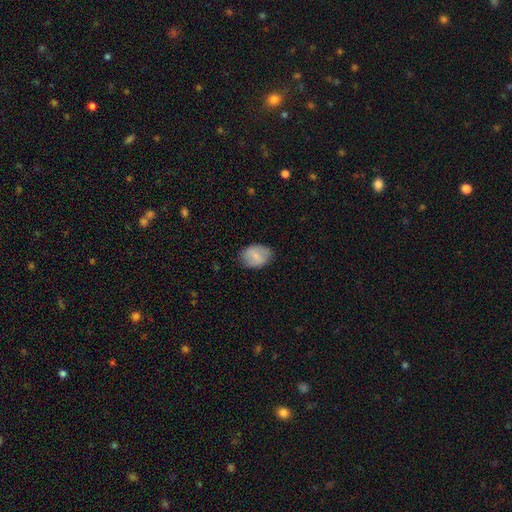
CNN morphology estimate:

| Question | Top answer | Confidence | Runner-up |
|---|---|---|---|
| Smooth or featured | smooth | 70% | featured or disk (23%) |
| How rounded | in between | 71% | round (27%) |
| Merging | none | 79% | minor disturbance (16%) |